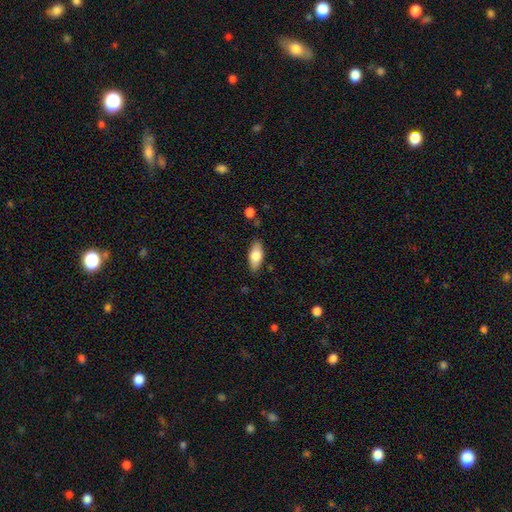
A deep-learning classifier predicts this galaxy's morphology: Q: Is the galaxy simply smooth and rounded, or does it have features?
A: smooth — 73%.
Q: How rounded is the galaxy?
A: in between — 83%.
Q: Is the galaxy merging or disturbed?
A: none — 83%.